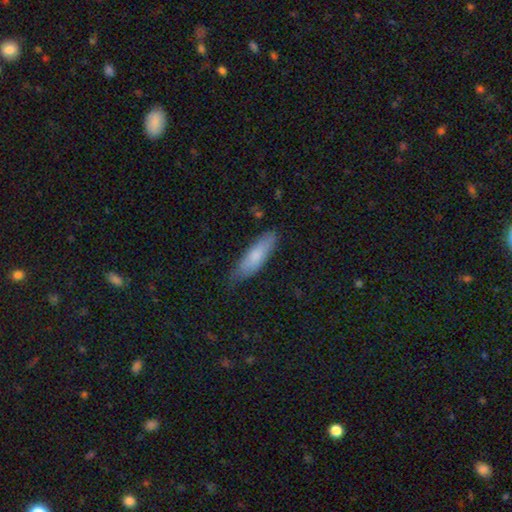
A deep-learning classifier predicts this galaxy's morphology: smooth 78%, featured or disk 17%, star or artifact 6%. Down the decision tree: how rounded — cigar-shaped (62%); merging — none (74%).